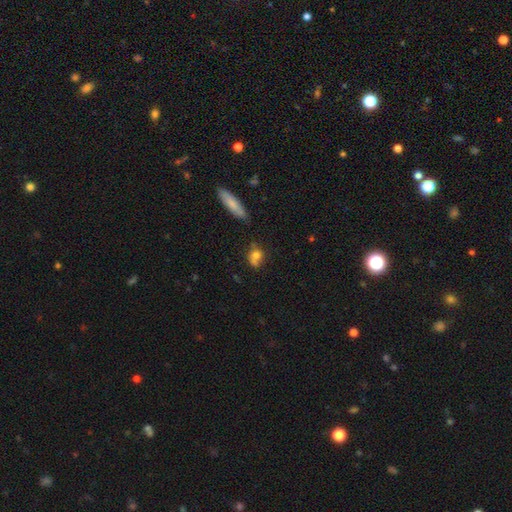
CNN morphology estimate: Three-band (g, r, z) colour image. It shows a smooth galaxy with no disk features (71%) that is in between round and cigar-shaped (48%, tied with round). Merging: none (47%).